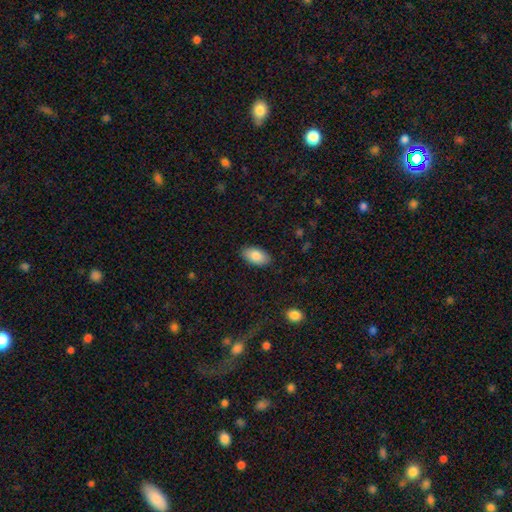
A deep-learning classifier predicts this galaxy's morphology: Smooth or featured?
  - smooth: 87% *
  - featured or disk: 7%
  - star or artifact: 6%
How rounded?
  - in between: 95% *
  - round: 3%
  - cigar-shaped: 2%
Merging?
  - none: 87% *
  - minor disturbance: 9%
  - major disturbance: 2%
  - merger: 1%